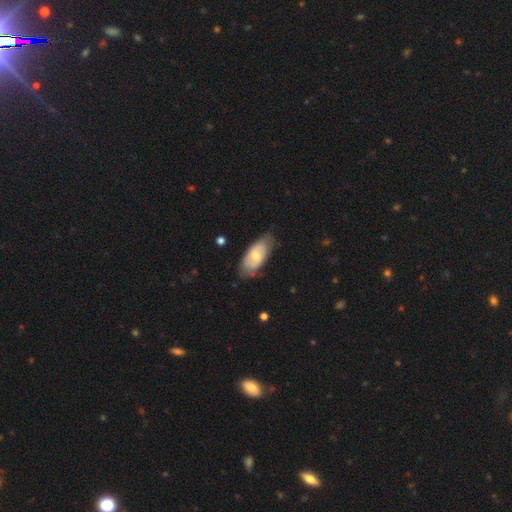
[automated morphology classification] This appears to be a smooth galaxy with no disk features (52%) that is in between round and cigar-shaped (90%). Merging: none (72%).